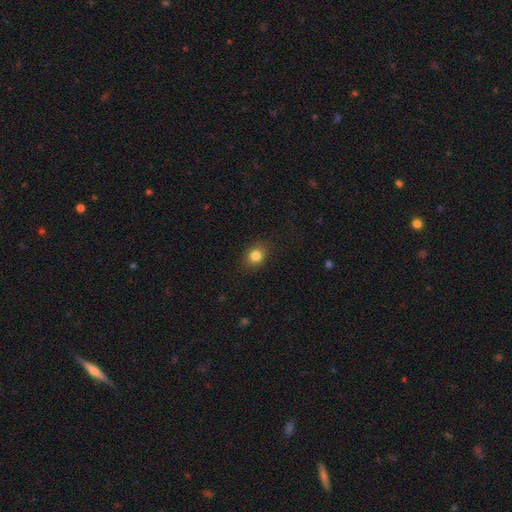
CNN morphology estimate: Overall: smooth (83%). How rounded: round (59%; in between 40%). Merging: none (86%).